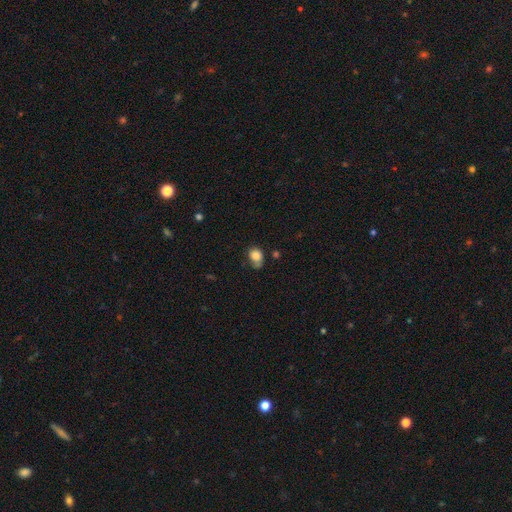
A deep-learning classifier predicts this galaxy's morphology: Q: Smooth or featured?
A: smooth (82%); runner-up: star or artifact (10%)
Q: How rounded?
A: in between (53%); runner-up: round (46%)
Q: Merging?
A: none (47%); runner-up: minor disturbance (35%)